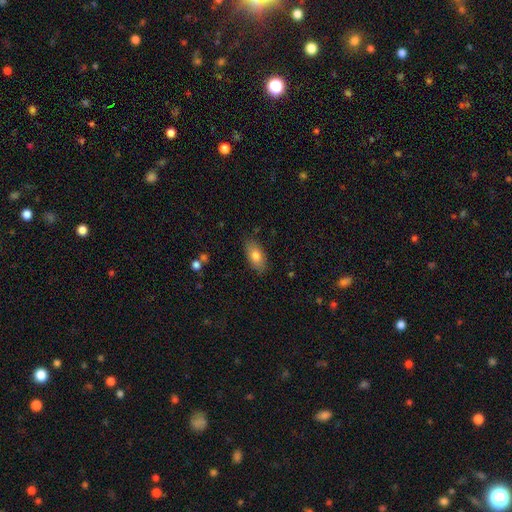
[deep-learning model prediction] This appears to be a smooth galaxy with no disk features (79%) that is in between round and cigar-shaped (90%). Merging: none (84%).